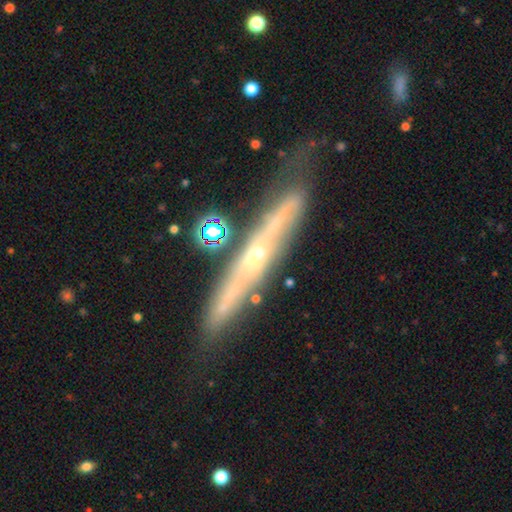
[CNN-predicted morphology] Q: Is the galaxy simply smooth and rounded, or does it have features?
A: featured or disk — 78%.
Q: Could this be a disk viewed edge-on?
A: yes — 83%.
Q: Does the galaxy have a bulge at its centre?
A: rounded — 68%.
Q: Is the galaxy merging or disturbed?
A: none — 67%.